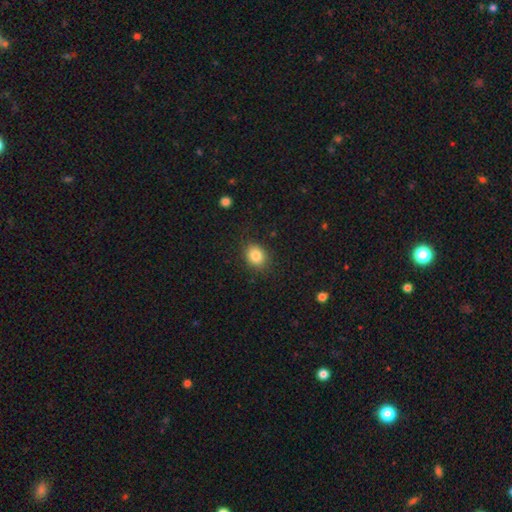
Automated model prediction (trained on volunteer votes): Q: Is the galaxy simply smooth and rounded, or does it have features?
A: smooth — 84%.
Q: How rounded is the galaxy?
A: round — 56%.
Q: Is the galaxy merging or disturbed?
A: none — 84%.